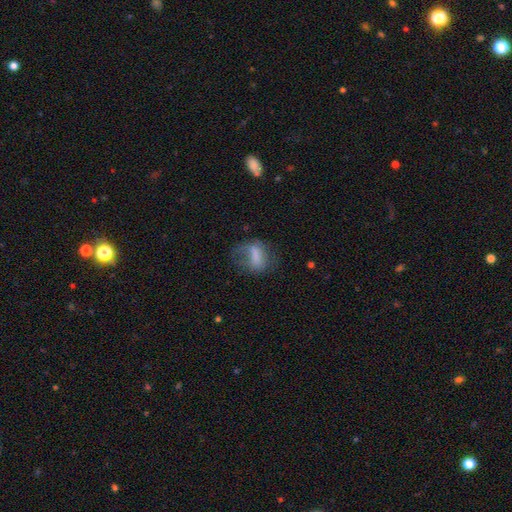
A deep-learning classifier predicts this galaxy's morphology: This is possibly a smooth galaxy (57%). How rounded: likely in between (71%). Merging: marginally none (37%).